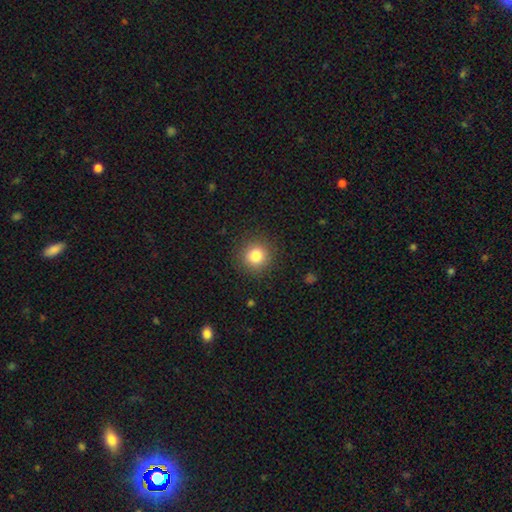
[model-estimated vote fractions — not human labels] smooth-or-featured: smooth: 83% | star or artifact: 11% | featured or disk: 6%
  how-rounded: round: 93% | in between: 6% | cigar-shaped: 1%
  merging: none: 90% | minor disturbance: 7% | major disturbance: 3% | merger: 1%